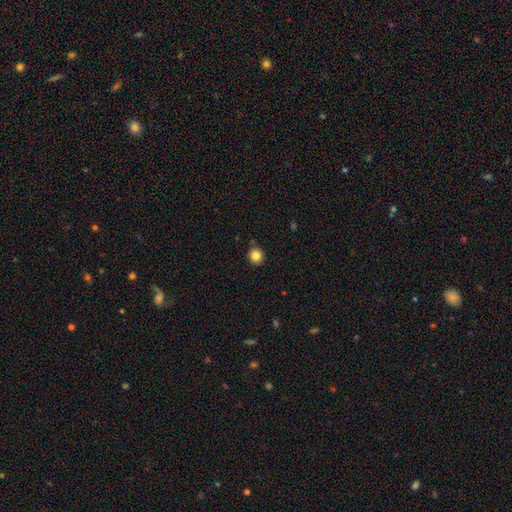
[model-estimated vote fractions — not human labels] smooth_or_featured: smooth (p=0.84) [alt: star or artifact p=0.11]
how_rounded: round (p=0.89) [alt: in between p=0.10]
merging: none (p=0.87) [alt: minor disturbance p=0.08]